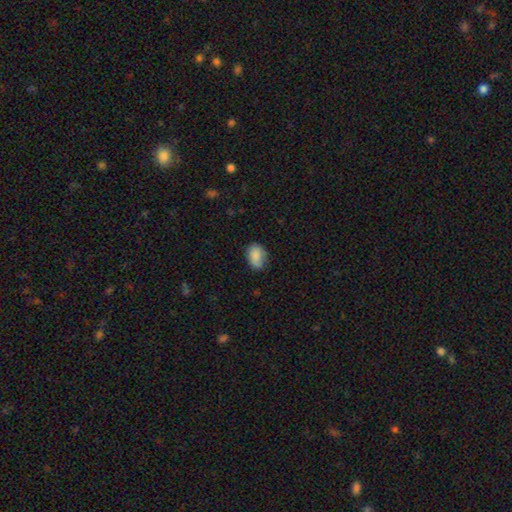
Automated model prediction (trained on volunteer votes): Smooth or featured? Predicted: smooth (p=0.85). How rounded? Predicted: in between (p=0.80). Merging? Predicted: none (p=0.69).